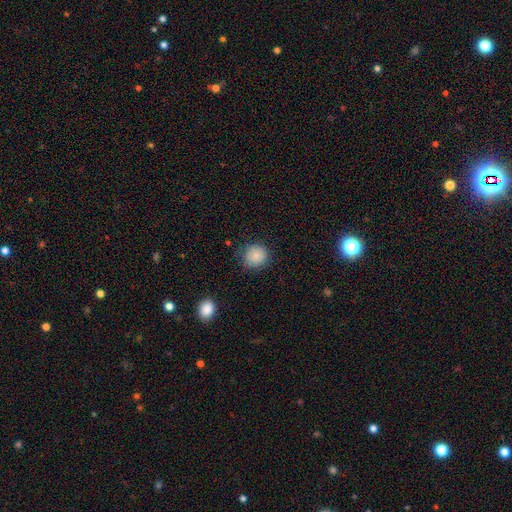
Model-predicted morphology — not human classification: Smooth or featured? Predicted: smooth (p=0.86). How rounded? Predicted: round (p=0.89). Merging? Predicted: none (p=0.82).